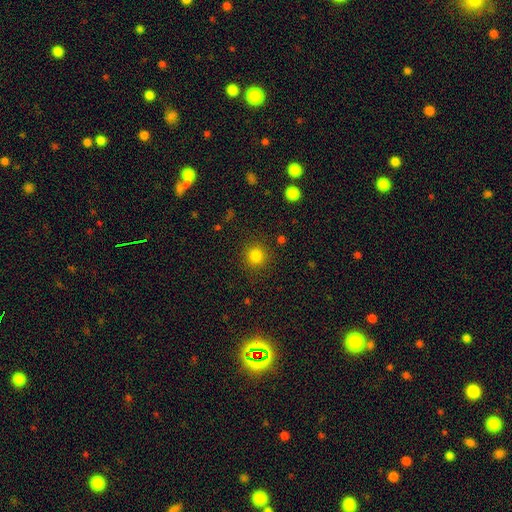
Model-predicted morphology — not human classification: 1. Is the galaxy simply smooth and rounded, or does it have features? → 82% smooth, 13% star or artifact, 5% featured or disk.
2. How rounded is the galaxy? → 93% round, 6% in between, 1% cigar-shaped.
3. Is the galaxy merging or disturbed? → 89% none, 7% minor disturbance, 3% major disturbance, 1% merger.